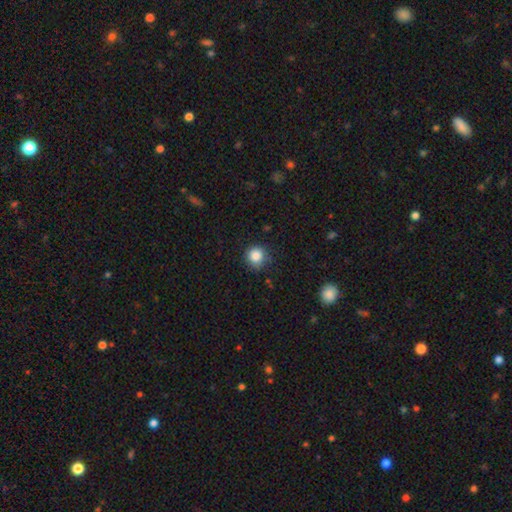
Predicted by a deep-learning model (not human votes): Q: Smooth or featured?
A: smooth (86%); runner-up: star or artifact (10%)
Q: How rounded?
A: round (92%); runner-up: in between (7%)
Q: Merging?
A: none (79%); runner-up: minor disturbance (16%)